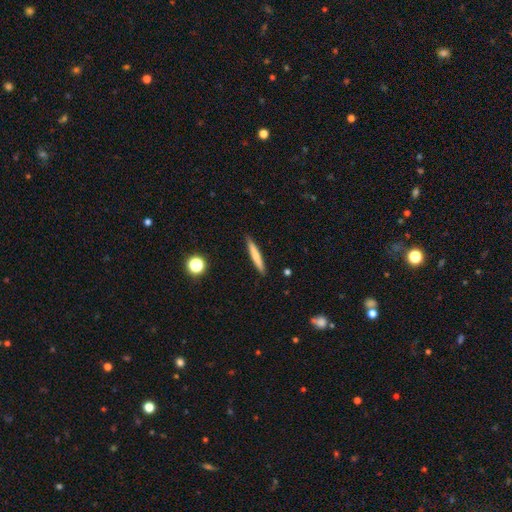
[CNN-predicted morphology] Overall: smooth (67%). How rounded: cigar-shaped (94%). Merging: none (90%).